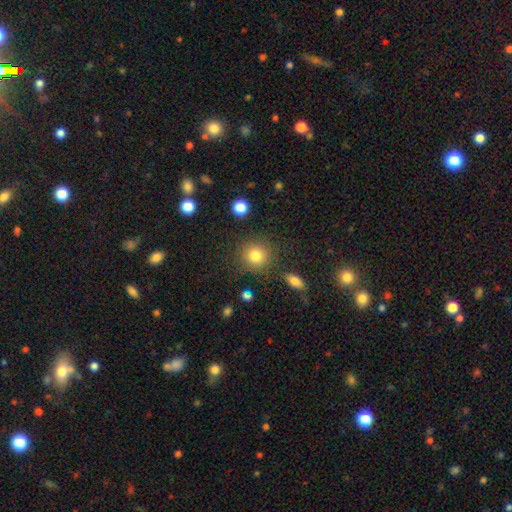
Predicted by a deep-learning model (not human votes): Smooth or featured?
  - smooth: 81% *
  - star or artifact: 11%
  - featured or disk: 8%
How rounded?
  - round: 91% *
  - in between: 8%
  - cigar-shaped: 1%
Merging?
  - none: 85% *
  - minor disturbance: 9%
  - major disturbance: 3%
  - merger: 3%